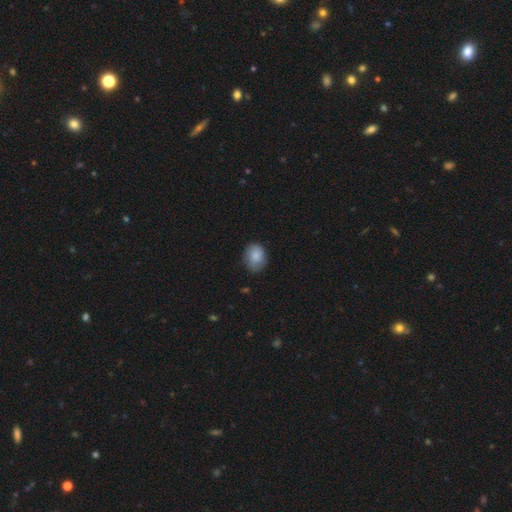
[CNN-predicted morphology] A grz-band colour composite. It shows a smooth galaxy with no disk features (85%) that is in between round and cigar-shaped (62%). Merging: none (72%).